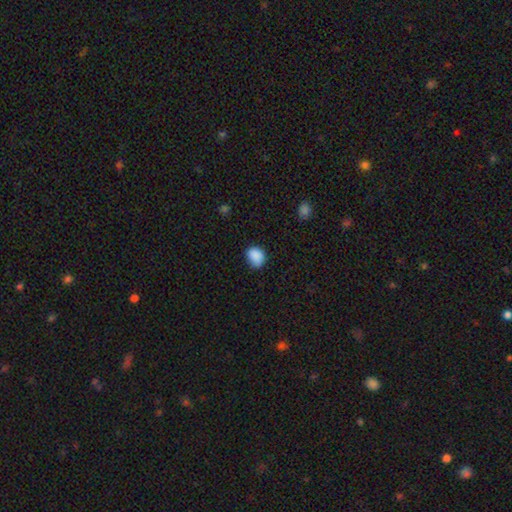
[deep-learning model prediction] This appears to be a smooth galaxy with no disk features (88%) that is round (50%, tied with in between). Merging: none (67%).